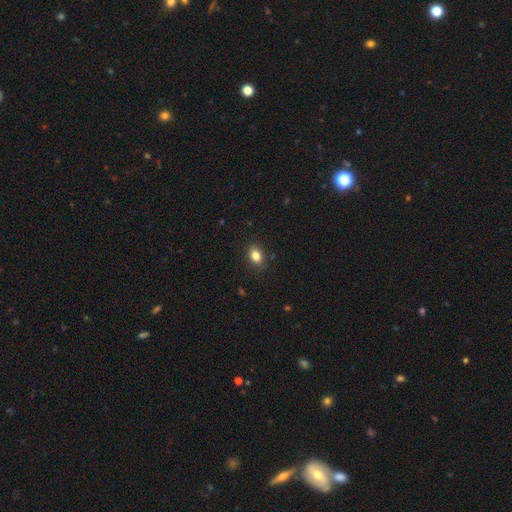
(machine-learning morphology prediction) Smooth or featured: smooth — 83% (star or artifact — 11%)
How rounded: in between — 69% (round — 30%)
Merging: none — 86% (minor disturbance — 10%)